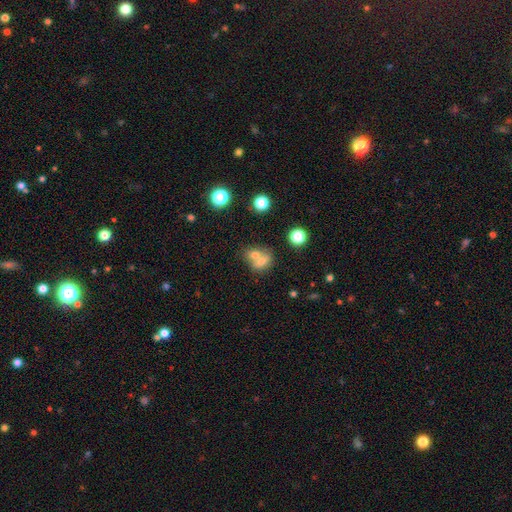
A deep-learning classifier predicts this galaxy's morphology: Smooth or featured? smooth (66%)
How rounded? round (54%)
Merging? merger (61%)